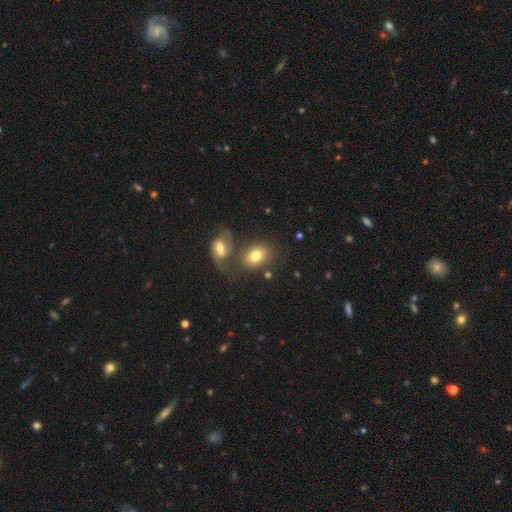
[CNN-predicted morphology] smooth_or_featured: smooth (p=0.71) [alt: featured or disk p=0.20]
how_rounded: in between (p=0.68) [alt: round p=0.30]
merging: none (p=0.49) [alt: merger p=0.31]